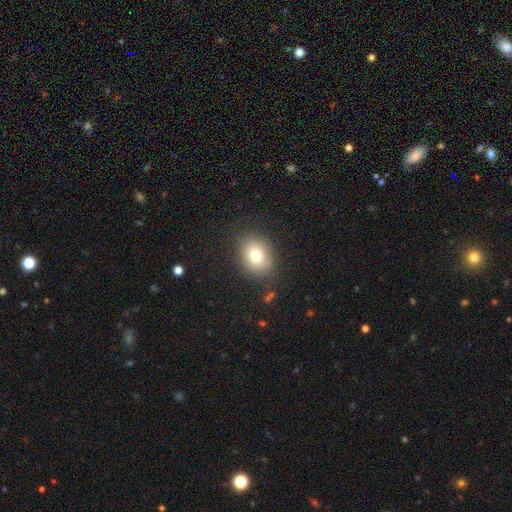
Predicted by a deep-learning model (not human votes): smooth-or-featured: smooth: 76% | featured or disk: 12% | star or artifact: 12%
  how-rounded: in between: 51% | round: 48% | cigar-shaped: 1%
  merging: none: 82% | minor disturbance: 12% | major disturbance: 4% | merger: 2%